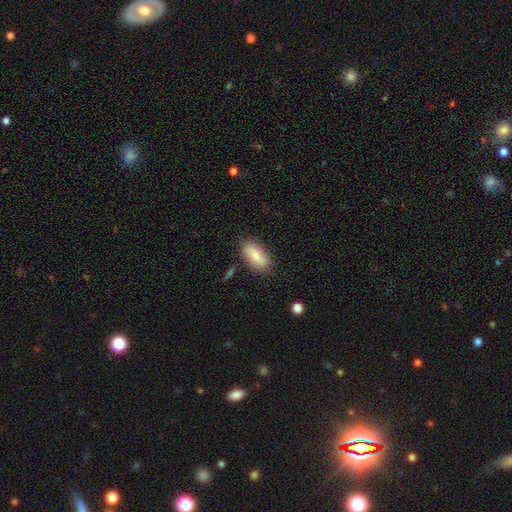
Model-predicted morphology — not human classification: Q: Smooth or featured?
A: smooth (79%); runner-up: featured or disk (15%)
Q: How rounded?
A: in between (87%); runner-up: cigar-shaped (11%)
Q: Merging?
A: none (82%); runner-up: minor disturbance (12%)